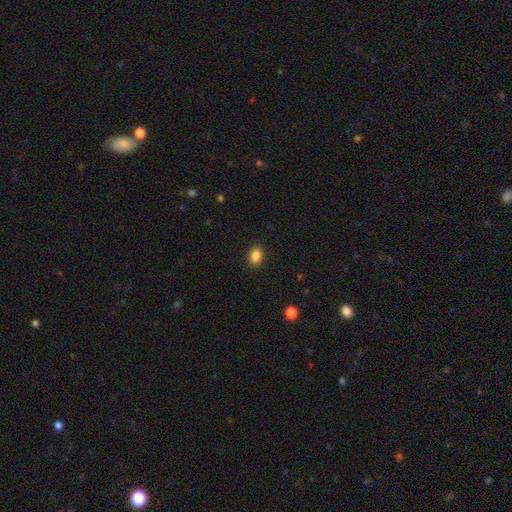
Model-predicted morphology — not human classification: Smooth or featured? smooth (87%)
How rounded? in between (77%)
Merging? none (90%)